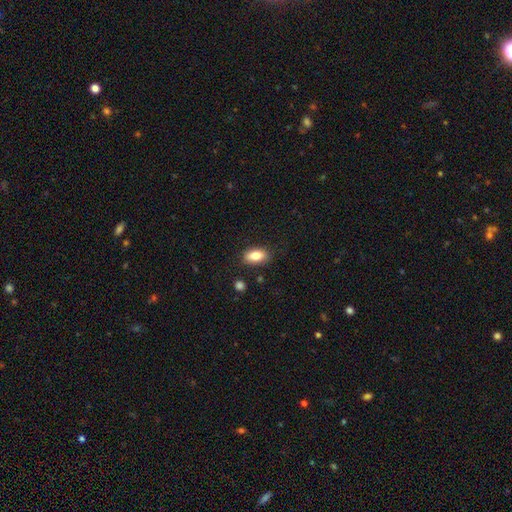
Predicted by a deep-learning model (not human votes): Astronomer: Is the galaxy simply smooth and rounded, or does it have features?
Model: smooth — 83%.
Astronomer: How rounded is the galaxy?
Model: in between — 89%.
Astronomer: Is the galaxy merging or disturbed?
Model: none — 84%.